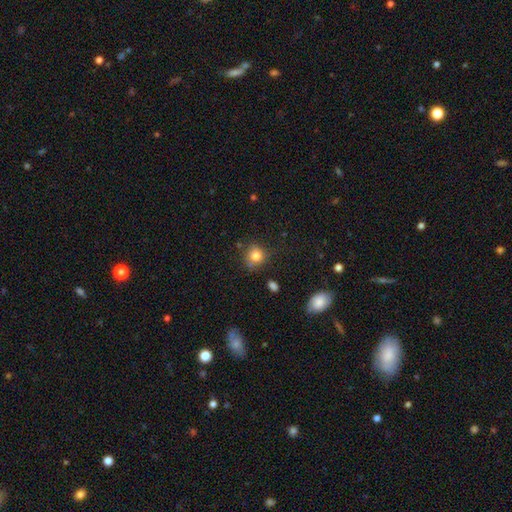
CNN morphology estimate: A smooth galaxy with no disk features (81%) that is round (85%). Merging: none (75%).